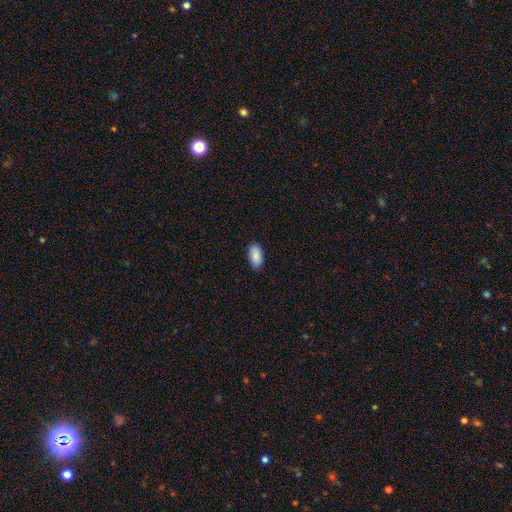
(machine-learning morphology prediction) type=smooth (88%); roundness=in between (95%); merging=none (84%).